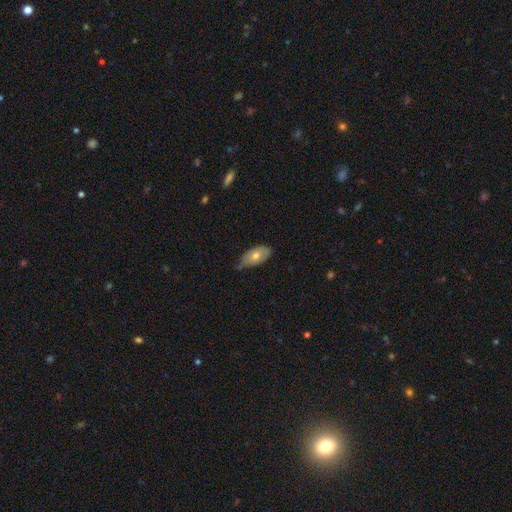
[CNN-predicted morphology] smooth-or-featured: smooth: 67% | featured or disk: 26% | star or artifact: 7%
  how-rounded: in between: 91% | round: 6% | cigar-shaped: 3%
  merging: none: 49% | minor disturbance: 41% | major disturbance: 7% | merger: 3%